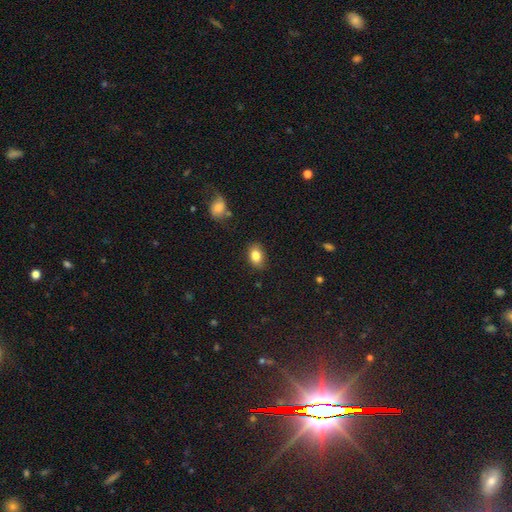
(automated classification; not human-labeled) Smooth or featured?
  - smooth: 84% *
  - star or artifact: 9%
  - featured or disk: 8%
How rounded?
  - in between: 81% *
  - round: 17%
  - cigar-shaped: 1%
Merging?
  - none: 84% *
  - minor disturbance: 12%
  - major disturbance: 3%
  - merger: 2%